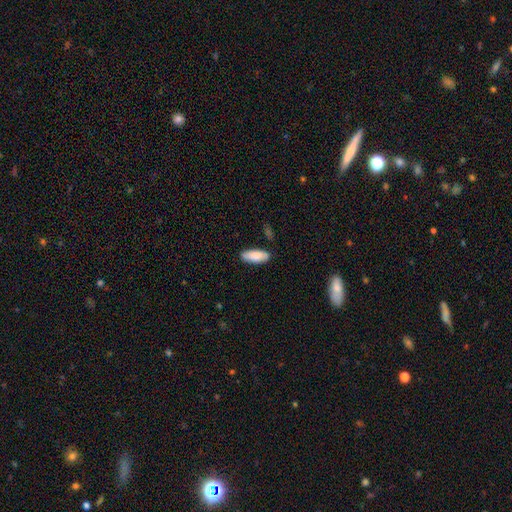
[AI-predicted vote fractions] smooth-or-featured: smooth: 85% | featured or disk: 9% | star or artifact: 6%
  how-rounded: in between: 80% | cigar-shaped: 18% | round: 2%
  merging: none: 82% | minor disturbance: 13% | merger: 3% | major disturbance: 2%